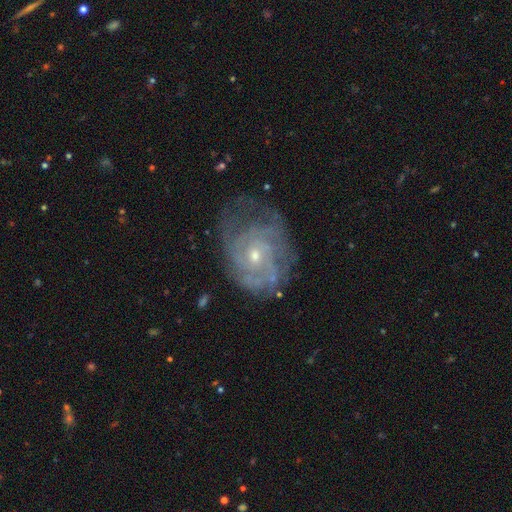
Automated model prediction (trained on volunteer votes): smooth-or-featured: featured or disk: 83% | smooth: 10% | star or artifact: 7%
  disk-edge-on: no: 97% | yes: 3%
    bar: no: 74% | weak: 23% | strong: 3%
    has-spiral-arms: yes: 91% | no: 9%
      spiral-winding: tight: 61% | medium: 31% | loose: 9%
      spiral-arm-count: can't tell: 42% | 2: 20% | 3: 16% | 4: 11% | more than 4: 5% | 1: 5%
    bulge-size: small: 59% | moderate: 38% | large: 1% | none: 1% | dominant: 1%
  merging: none: 55% | minor disturbance: 25% | major disturbance: 18% | merger: 2%